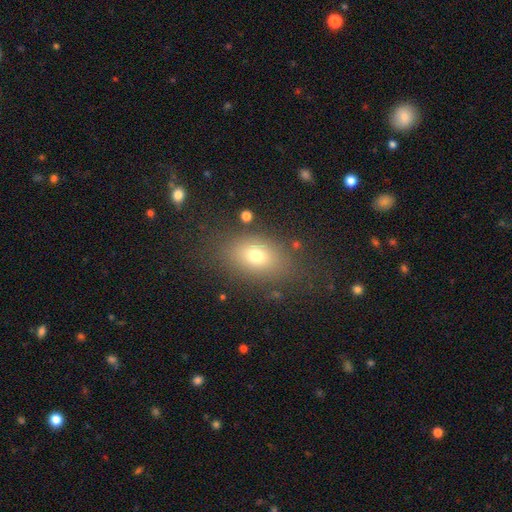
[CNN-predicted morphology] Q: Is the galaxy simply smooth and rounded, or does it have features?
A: smooth — 73%.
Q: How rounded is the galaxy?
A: in between — 80%.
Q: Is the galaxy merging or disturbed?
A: none — 79%.